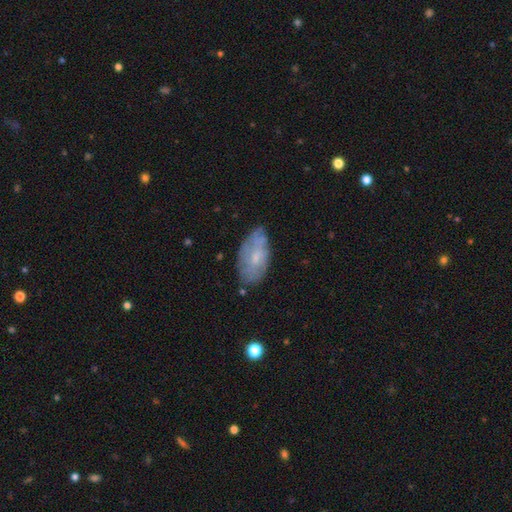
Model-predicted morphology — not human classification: A smooth galaxy with no disk features (48%). Merging: none (63%).